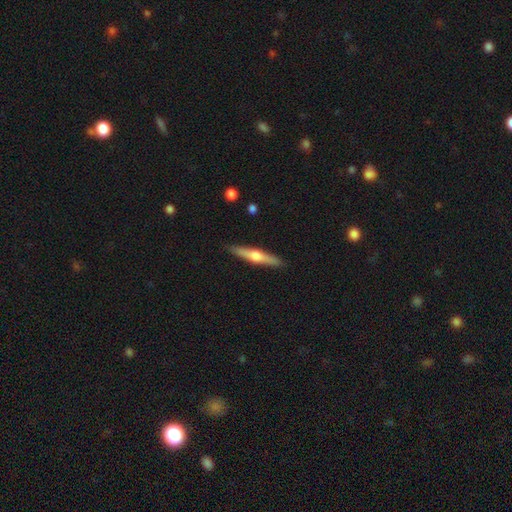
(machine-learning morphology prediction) smooth-or-featured: featured or disk: 62% | smooth: 32% | star or artifact: 5%
  disk-edge-on: yes: 97% | no: 3%
    edge-on-bulge: rounded: 93% | none: 4% | boxy: 4%
  merging: none: 90% | minor disturbance: 7% | major disturbance: 2% | merger: 1%